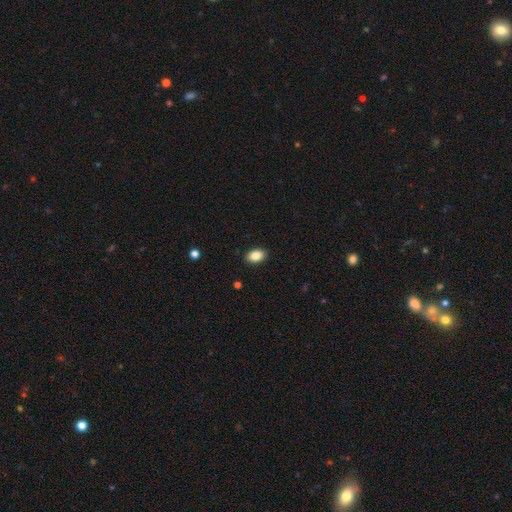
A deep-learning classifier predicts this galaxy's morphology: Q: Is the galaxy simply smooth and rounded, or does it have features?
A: smooth — 86%.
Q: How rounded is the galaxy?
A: in between — 87%.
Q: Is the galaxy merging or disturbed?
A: none — 90%.